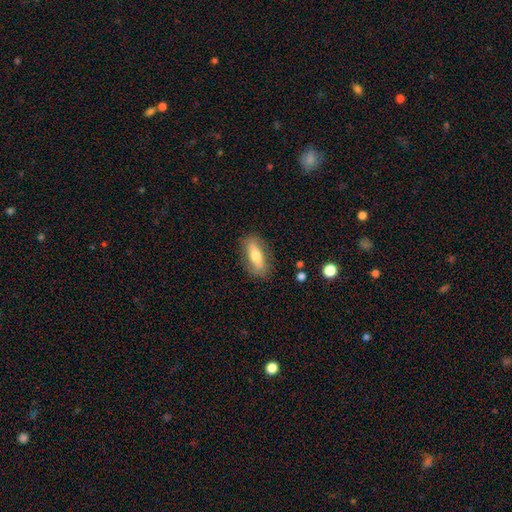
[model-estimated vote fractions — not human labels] This appears to be a smooth galaxy with no disk features (60%) that is in between round and cigar-shaped (63%). Merging: none (83%).